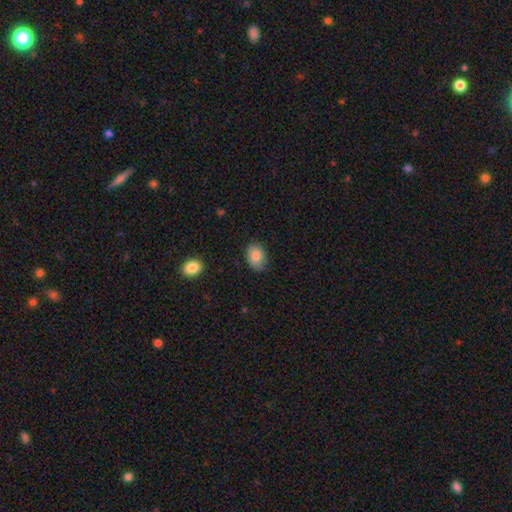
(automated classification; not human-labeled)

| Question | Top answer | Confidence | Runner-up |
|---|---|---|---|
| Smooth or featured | smooth | 85% | featured or disk (8%) |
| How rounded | in between | 76% | round (23%) |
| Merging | none | 78% | minor disturbance (18%) |